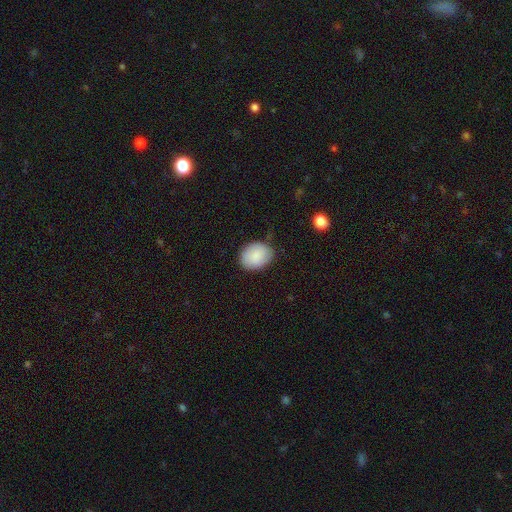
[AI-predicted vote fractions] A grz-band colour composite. It shows a smooth galaxy with no disk features (86%) that is in between round and cigar-shaped (53%). Merging: none (79%).